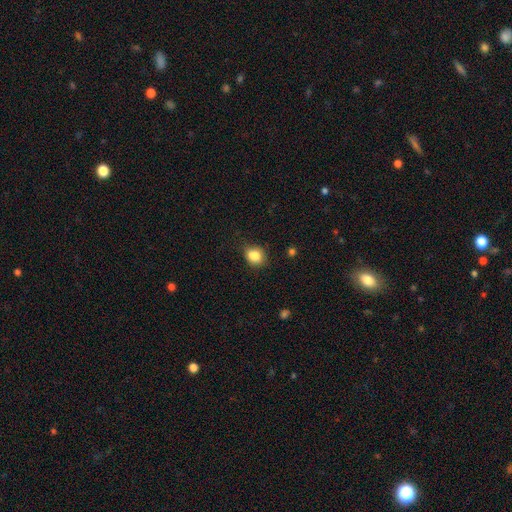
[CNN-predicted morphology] This appears to be a smooth galaxy with no disk features (83%) that is round (55%). Merging: none (62%).